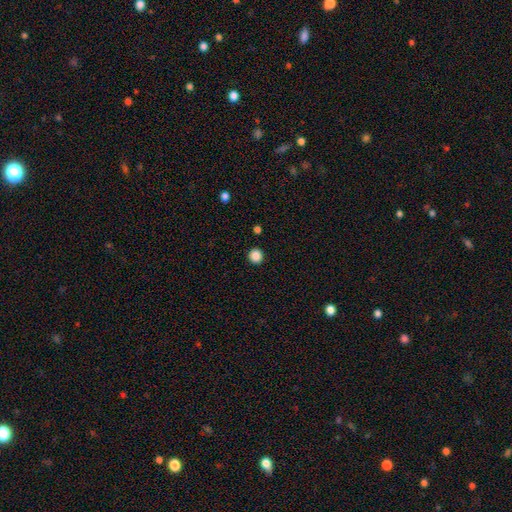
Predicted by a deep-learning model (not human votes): Morphology: type=smooth (87%); roundness=round (93%); merging=none (92%).